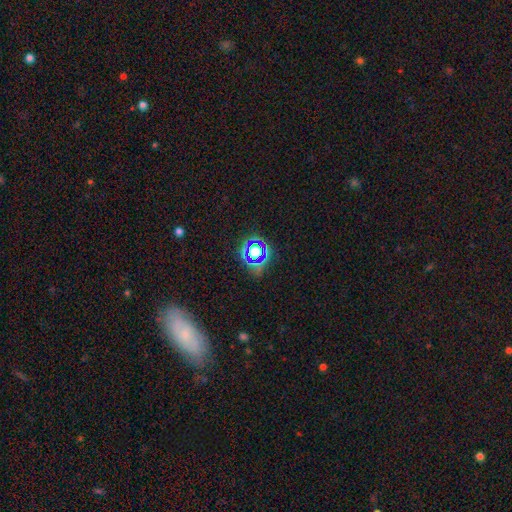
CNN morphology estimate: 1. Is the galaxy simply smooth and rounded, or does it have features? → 63% star or artifact, 25% smooth, 12% featured or disk.